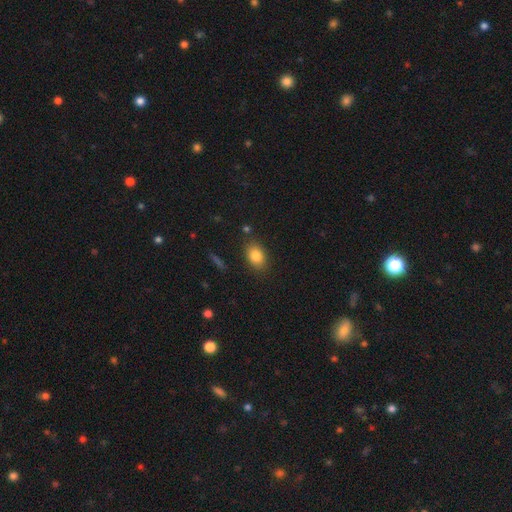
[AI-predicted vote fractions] This is clearly a smooth galaxy (83%). How rounded: likely in between (80%). Merging: clearly none (83%).